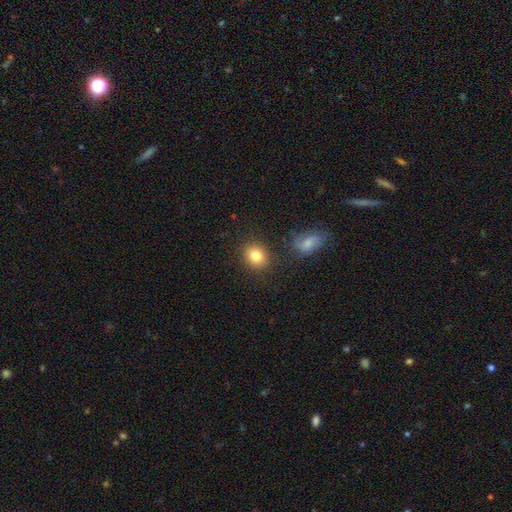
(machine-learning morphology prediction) A smooth galaxy with no disk features (83%) that is round (76%). Merging: none (84%).